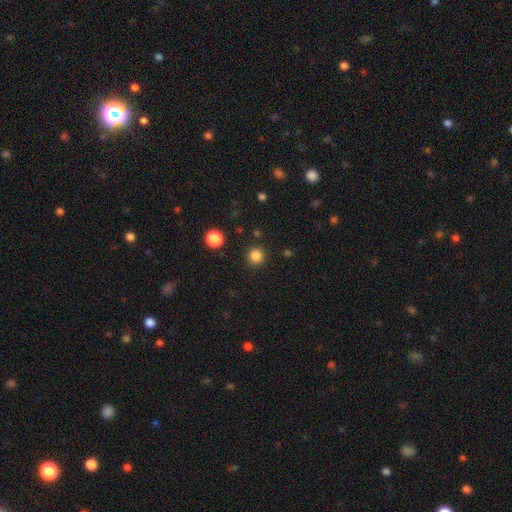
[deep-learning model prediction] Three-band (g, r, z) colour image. It shows a smooth galaxy with no disk features (84%) that is round (94%). Merging: none (91%).